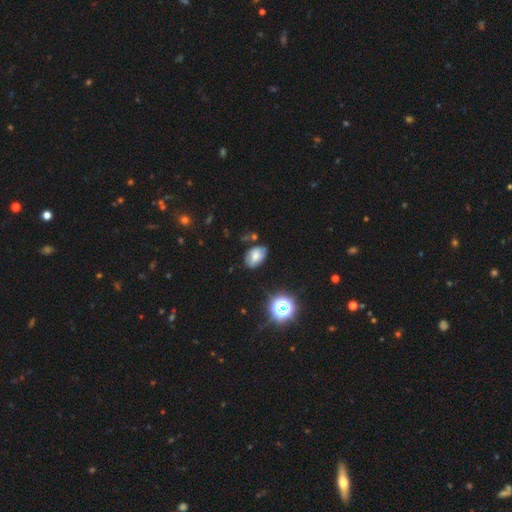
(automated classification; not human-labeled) smooth 71%, featured or disk 16%, star or artifact 13%. Down the decision tree: how rounded — in between (85%); merging — none (70%).